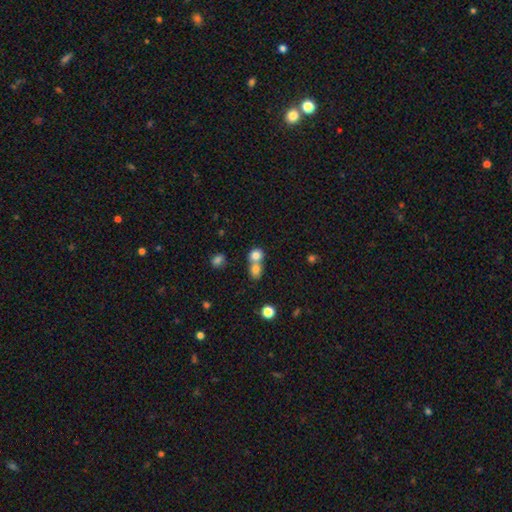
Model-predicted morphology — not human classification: Overall: smooth (80%). How rounded: round (76%). Merging: merger (59%; none 34%).